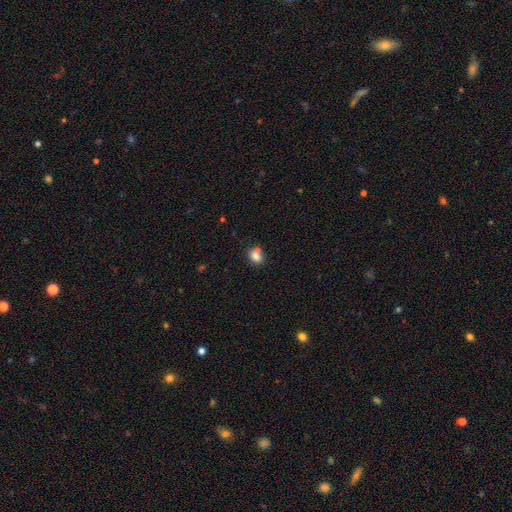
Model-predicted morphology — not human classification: smooth_or_featured: smooth (p=0.80) [alt: star or artifact p=0.11]
how_rounded: round (p=0.55) [alt: in between p=0.43]
merging: none (p=0.56) [alt: merger p=0.27]